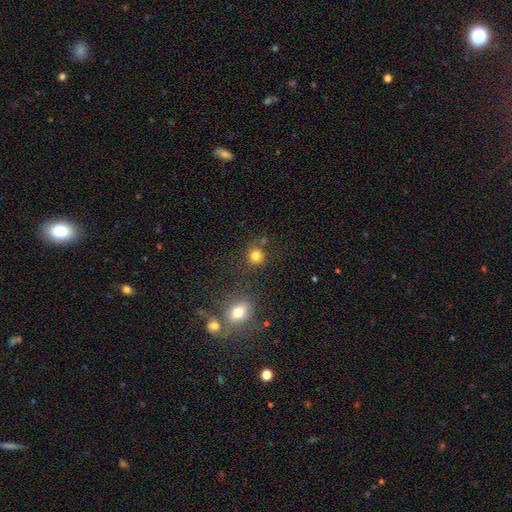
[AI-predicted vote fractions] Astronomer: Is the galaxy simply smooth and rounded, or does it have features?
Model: smooth — 80%.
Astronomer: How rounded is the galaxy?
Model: round — 87%.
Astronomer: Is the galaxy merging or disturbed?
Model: none — 78%.